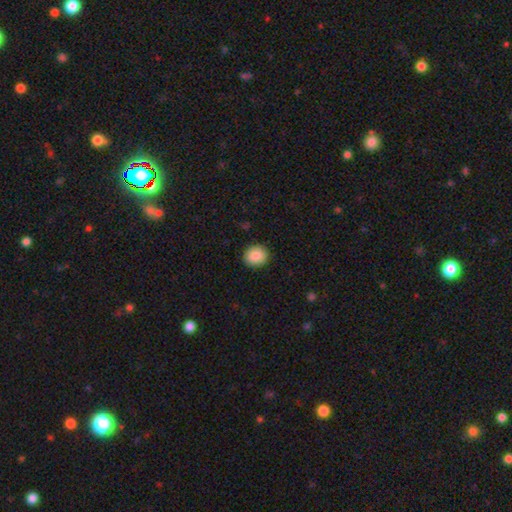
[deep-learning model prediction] Smooth or featured?
  - smooth: 89% *
  - star or artifact: 8%
  - featured or disk: 4%
How rounded?
  - round: 76% *
  - in between: 23%
  - cigar-shaped: 1%
Merging?
  - none: 91% *
  - minor disturbance: 6%
  - major disturbance: 2%
  - merger: 1%